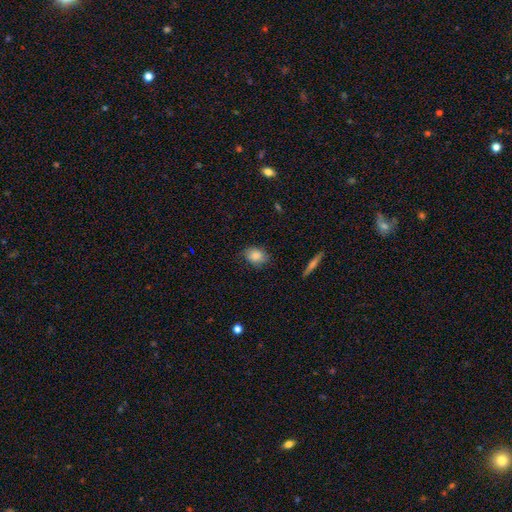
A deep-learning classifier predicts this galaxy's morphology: smooth_or_featured: smooth (p=0.84) [alt: featured or disk p=0.08]
how_rounded: in between (p=0.64) [alt: round p=0.34]
merging: none (p=0.76) [alt: minor disturbance p=0.19]